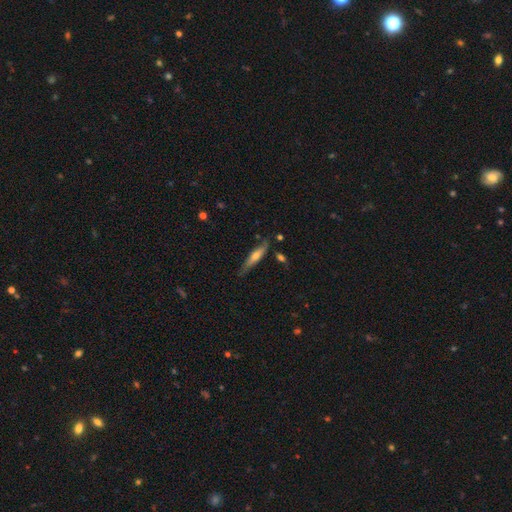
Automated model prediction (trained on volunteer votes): smooth 48%, featured or disk 45%, star or artifact 6%. Down the decision tree: merging — none (68%).